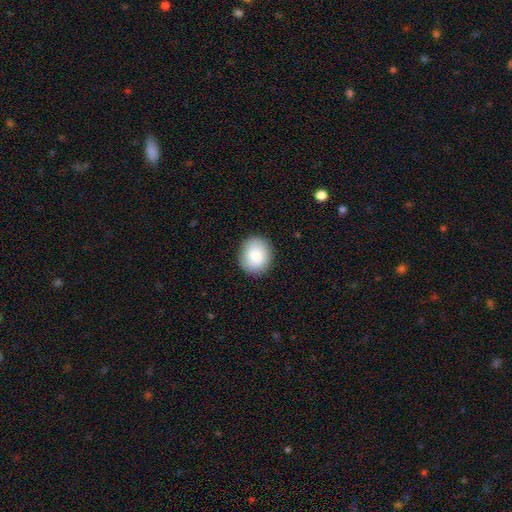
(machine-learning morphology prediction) This is clearly a smooth galaxy (82%). How rounded: likely round (73%). Merging: clearly none (89%).